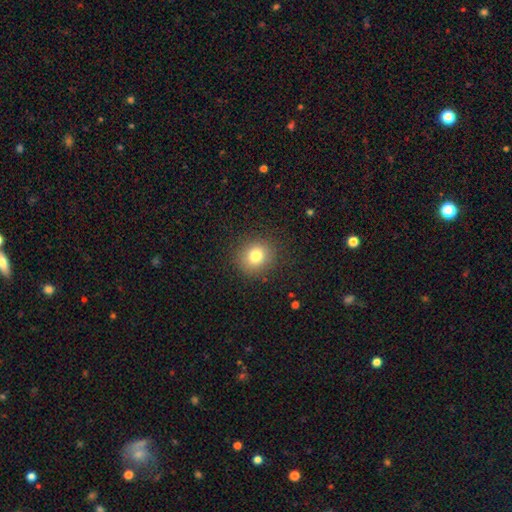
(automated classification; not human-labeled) Smooth or featured? smooth (79%)
How rounded? round (81%)
Merging? none (88%)